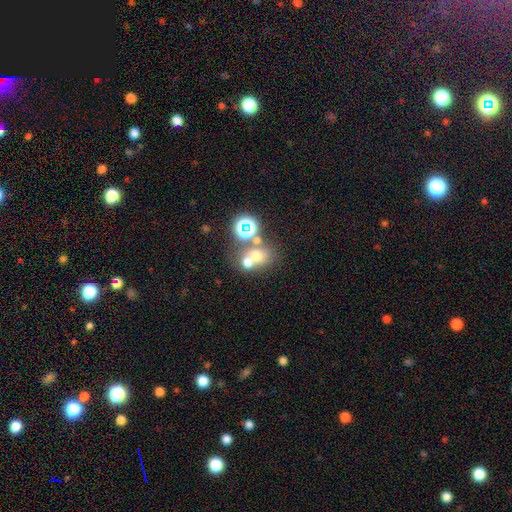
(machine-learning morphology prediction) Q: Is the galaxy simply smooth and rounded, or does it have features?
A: smooth — 59%.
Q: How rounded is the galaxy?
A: round — 69%.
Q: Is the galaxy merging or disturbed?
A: merger — 46%.